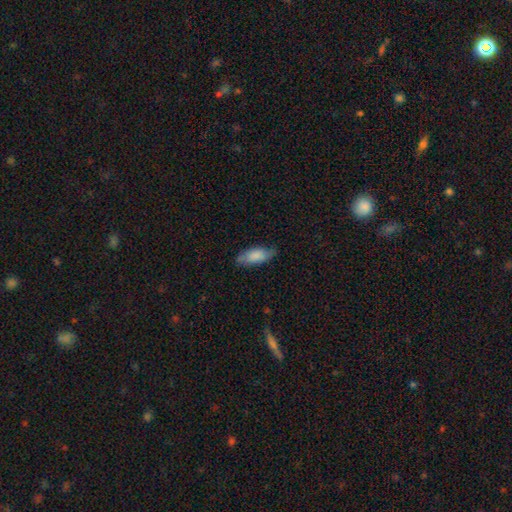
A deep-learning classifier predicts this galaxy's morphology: Smooth or featured? smooth (82%)
How rounded? in between (81%)
Merging? none (71%)